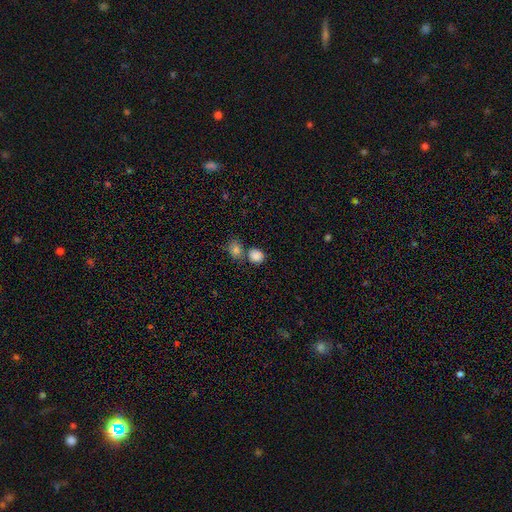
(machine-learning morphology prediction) smooth-or-featured: smooth: 84% | star or artifact: 11% | featured or disk: 5%
  how-rounded: round: 68% | in between: 31% | cigar-shaped: 1%
  merging: none: 57% | merger: 28% | minor disturbance: 11% | major disturbance: 4%